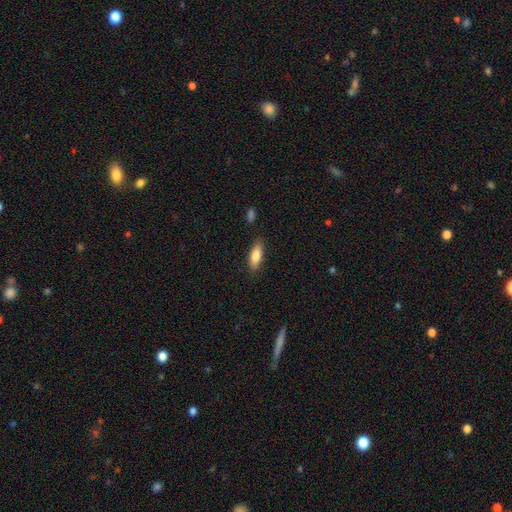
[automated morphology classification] The model was most divided on "how rounded": in between: 66%, cigar-shaped: 32%, round: 2%. More confident: merging — none (84%); smooth or featured — smooth (82%).